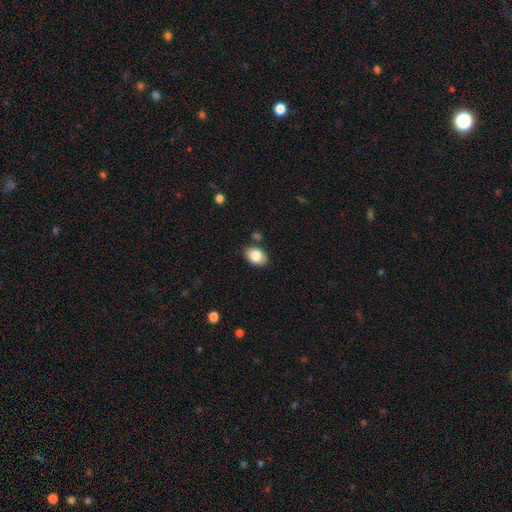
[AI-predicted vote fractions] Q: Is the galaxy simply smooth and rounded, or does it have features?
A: smooth — 84%.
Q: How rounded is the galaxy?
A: in between — 81%.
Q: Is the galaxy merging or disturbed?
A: none — 82%.